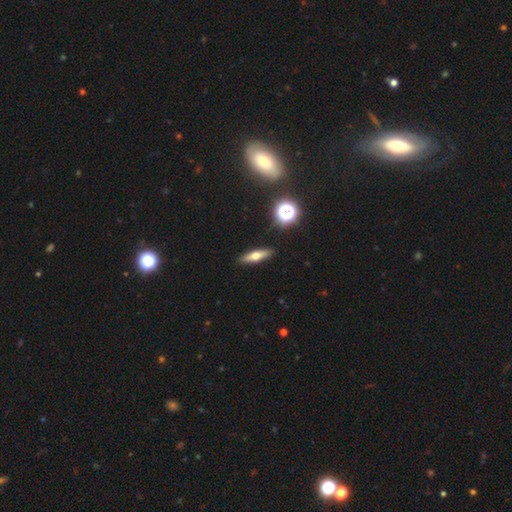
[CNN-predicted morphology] smooth-or-featured: smooth: 50% | featured or disk: 40% | star or artifact: 10%
  how-rounded: cigar-shaped: 67% | in between: 27% | round: 6%
  merging: none: 90% | minor disturbance: 7% | major disturbance: 2% | merger: 1%